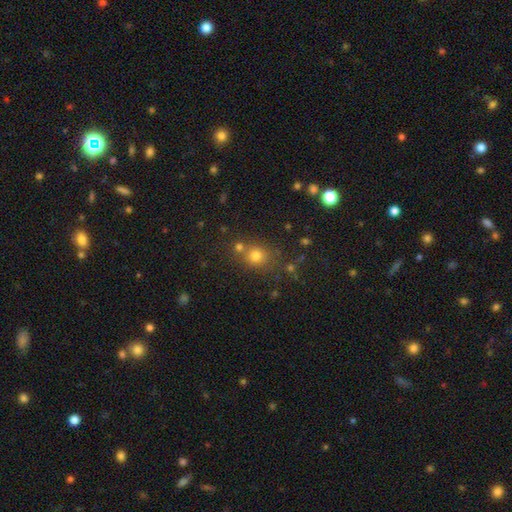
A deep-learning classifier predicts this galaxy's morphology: smooth 74%, star or artifact 17%, featured or disk 9%. Down the decision tree: how rounded — round (80%); merging — none (65%).